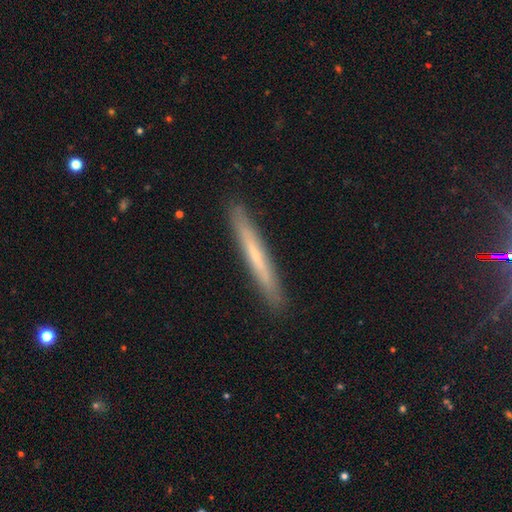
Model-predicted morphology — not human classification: This is possibly a smooth galaxy (52%). How rounded: clearly cigar-shaped (96%). Merging: clearly none (91%).